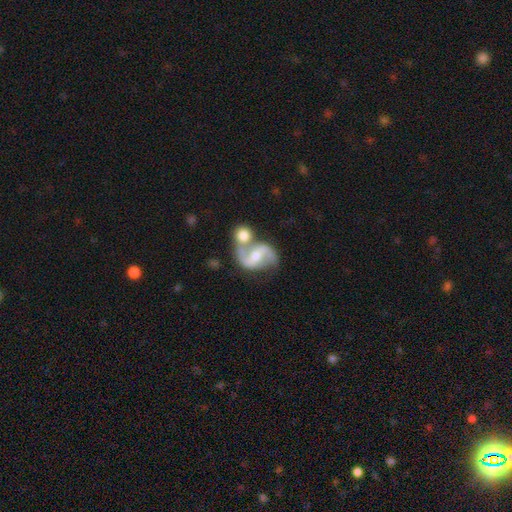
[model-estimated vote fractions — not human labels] A featured or disk galaxy (84%) with a weak bar (42%), 2 (93%) loose (49%) spiral arms (94%) and a moderate central bulge (58%). Merging: merger (42%).